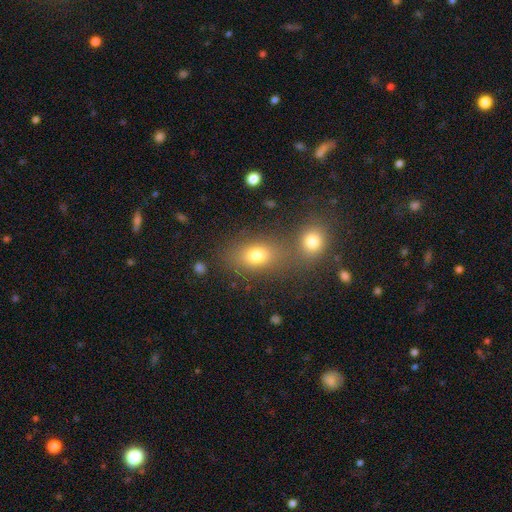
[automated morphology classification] Overall: smooth (62%; star or artifact 27%). How rounded: in between (51%; round 46%). Merging: none (55%; merger 32%).